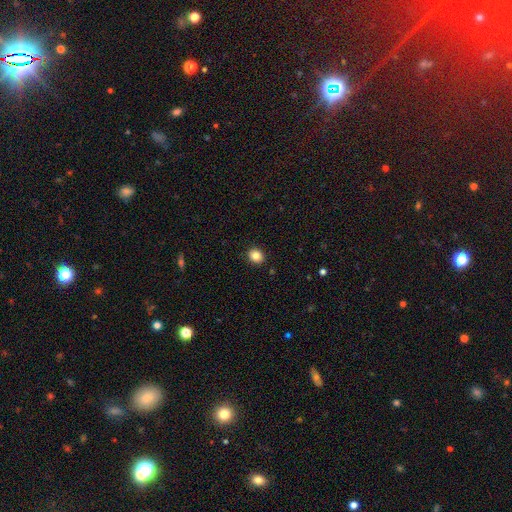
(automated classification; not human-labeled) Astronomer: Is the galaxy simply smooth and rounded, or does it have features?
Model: smooth — 85%.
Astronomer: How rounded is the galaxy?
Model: round — 64%.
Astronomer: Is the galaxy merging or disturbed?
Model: none — 90%.